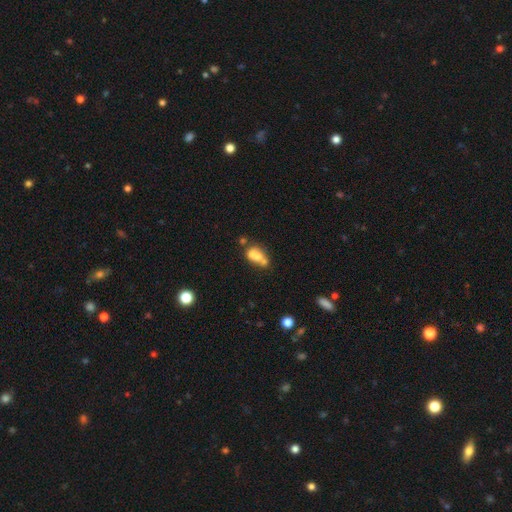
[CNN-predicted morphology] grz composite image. It shows a smooth galaxy with no disk features (60%) that is in between round and cigar-shaped (55%). Merging: merger (60%).